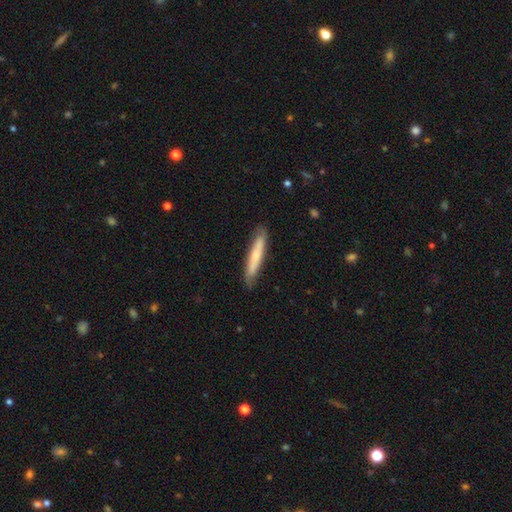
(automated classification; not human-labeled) smooth-or-featured: smooth: 59% | featured or disk: 36% | star or artifact: 5%
  how-rounded: cigar-shaped: 92% | in between: 6% | round: 1%
  merging: none: 84% | minor disturbance: 12% | major disturbance: 2% | merger: 1%